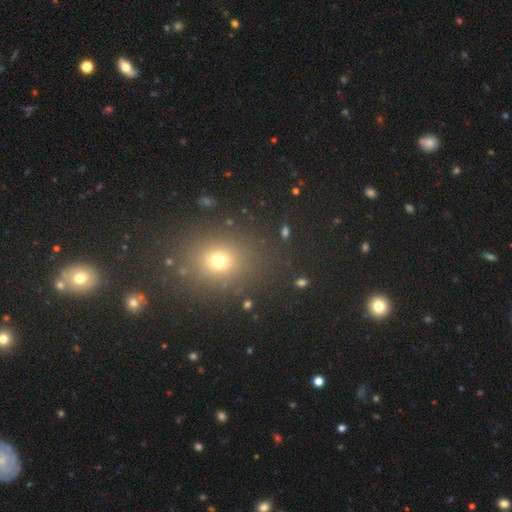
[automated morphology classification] Smooth or featured? smooth (57%)
How rounded? round (58%)
Merging? none (86%)